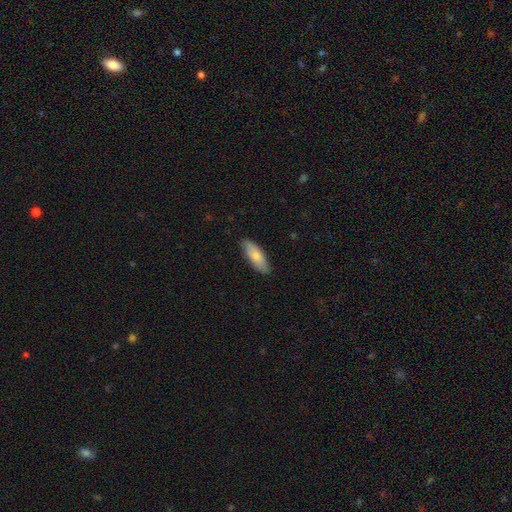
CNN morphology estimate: A smooth galaxy with no disk features (78%) that is in between round and cigar-shaped (66%).

Vote fractions:
- Smooth or featured? smooth: 78% / featured or disk: 17% / star or artifact: 5%
- How rounded? in between: 66% / cigar-shaped: 32% / round: 2%
- Merging? none: 86% / minor disturbance: 11% / major disturbance: 2% / merger: 1%